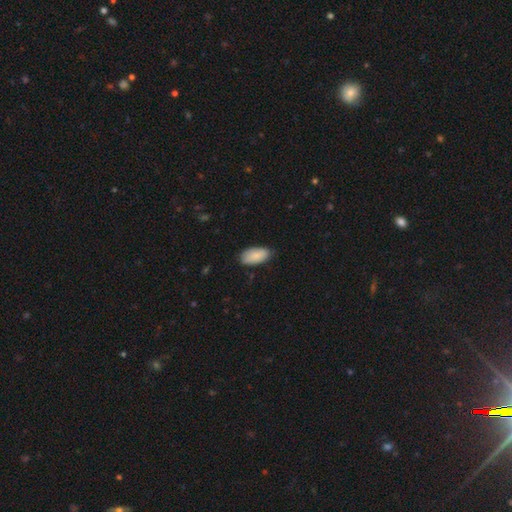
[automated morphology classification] Smooth or featured: smooth — 88% (featured or disk — 7%)
How rounded: in between — 94% (cigar-shaped — 4%)
Merging: none — 78% (minor disturbance — 18%)